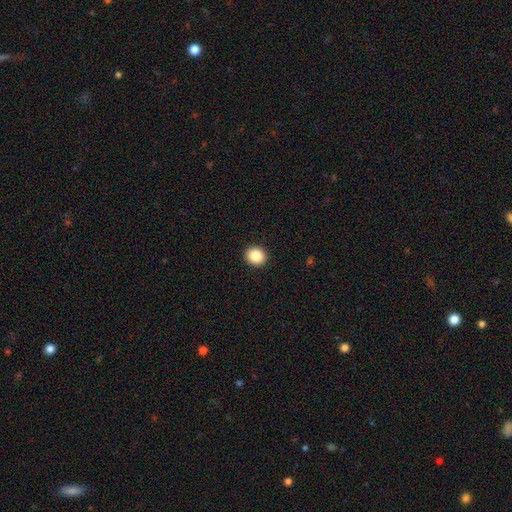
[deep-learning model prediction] Smooth or featured?
  - smooth: 87% *
  - star or artifact: 9%
  - featured or disk: 4%
How rounded?
  - round: 80% *
  - in between: 19%
  - cigar-shaped: 1%
Merging?
  - none: 92% *
  - minor disturbance: 5%
  - major disturbance: 2%
  - merger: 1%